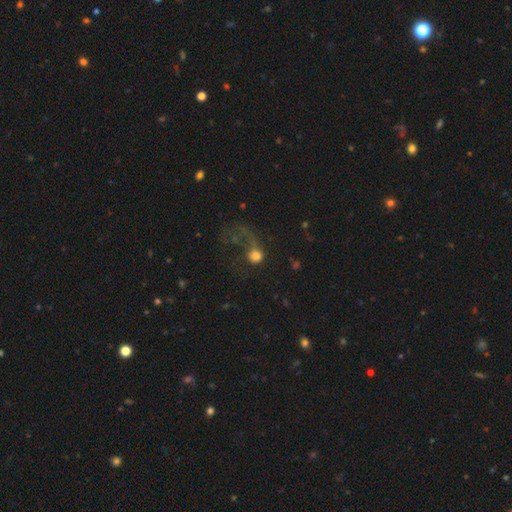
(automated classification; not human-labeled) smooth 64%, featured or disk 23%, star or artifact 12%. Down the decision tree: how rounded — round (83%); merging — major disturbance (55%).